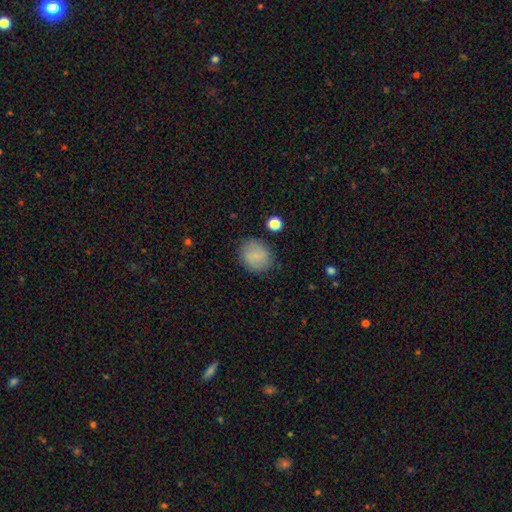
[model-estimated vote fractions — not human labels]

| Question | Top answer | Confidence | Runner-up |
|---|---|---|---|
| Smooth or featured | smooth | 70% | featured or disk (22%) |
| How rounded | round | 66% | in between (33%) |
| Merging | none | 83% | minor disturbance (12%) |